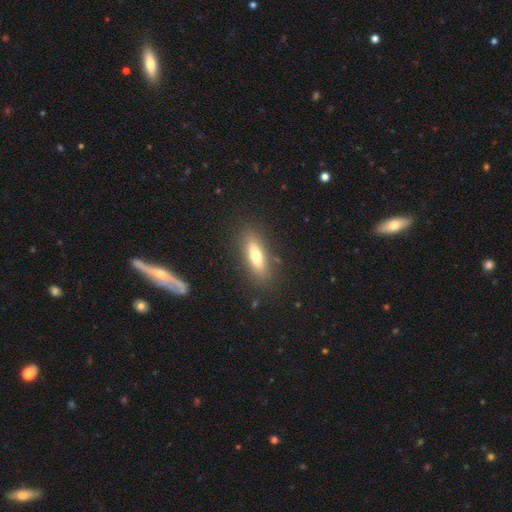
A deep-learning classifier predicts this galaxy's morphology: This appears to be a smooth galaxy with no disk features (66%) that is in between round and cigar-shaped (50%). Merging: none (85%).